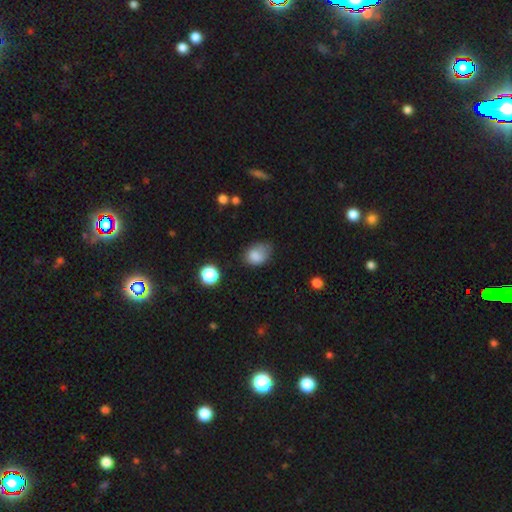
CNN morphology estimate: A smooth galaxy with no disk features (81%) that is in between round and cigar-shaped (72%).

Vote fractions:
- Smooth or featured? smooth: 81% / star or artifact: 10% / featured or disk: 9%
- How rounded? in between: 72% / round: 27% / cigar-shaped: 1%
- Merging? none: 43% / minor disturbance: 39% / major disturbance: 15% / merger: 4%